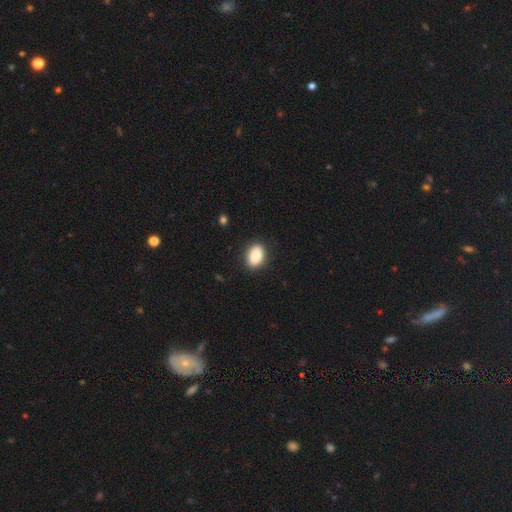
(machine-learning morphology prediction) smooth 89%, star or artifact 7%, featured or disk 4%. Down the decision tree: how rounded — in between (85%); merging — none (87%).